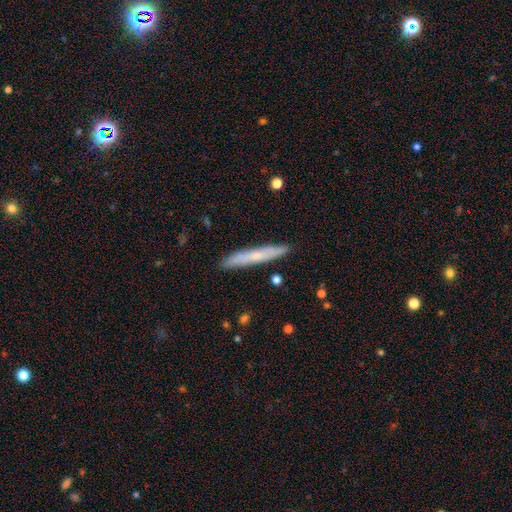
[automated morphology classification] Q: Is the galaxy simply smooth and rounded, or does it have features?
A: smooth — 58%.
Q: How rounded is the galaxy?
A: cigar-shaped — 94%.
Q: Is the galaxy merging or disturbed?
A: none — 88%.